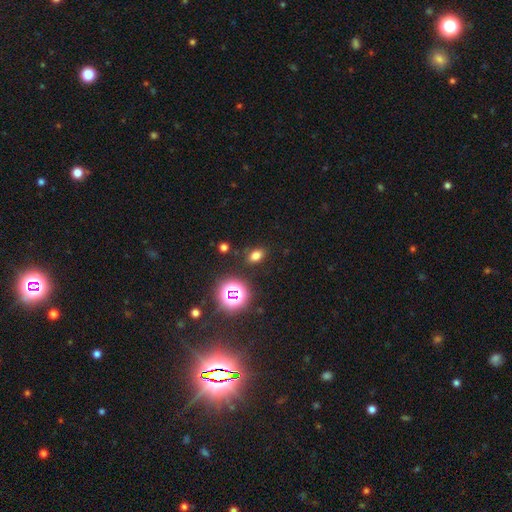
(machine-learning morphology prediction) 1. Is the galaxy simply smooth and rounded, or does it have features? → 70% smooth, 23% star or artifact, 7% featured or disk.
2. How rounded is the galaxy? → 78% in between, 20% round, 2% cigar-shaped.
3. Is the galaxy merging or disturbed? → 86% none, 9% minor disturbance, 3% major disturbance, 2% merger.